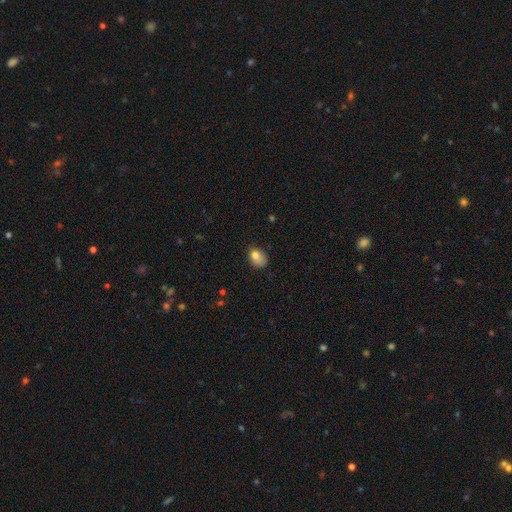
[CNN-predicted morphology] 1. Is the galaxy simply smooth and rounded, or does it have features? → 78% smooth, 11% featured or disk, 11% star or artifact.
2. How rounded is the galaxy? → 64% in between, 35% round, 1% cigar-shaped.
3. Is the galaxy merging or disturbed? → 50% none, 34% minor disturbance, 13% major disturbance, 3% merger.